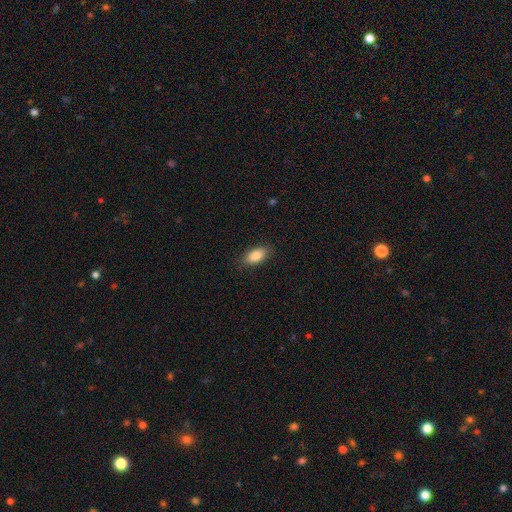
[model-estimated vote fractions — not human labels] Q: Smooth or featured?
A: smooth (85%); runner-up: featured or disk (7%)
Q: How rounded?
A: in between (89%); runner-up: cigar-shaped (6%)
Q: Merging?
A: none (86%); runner-up: minor disturbance (10%)